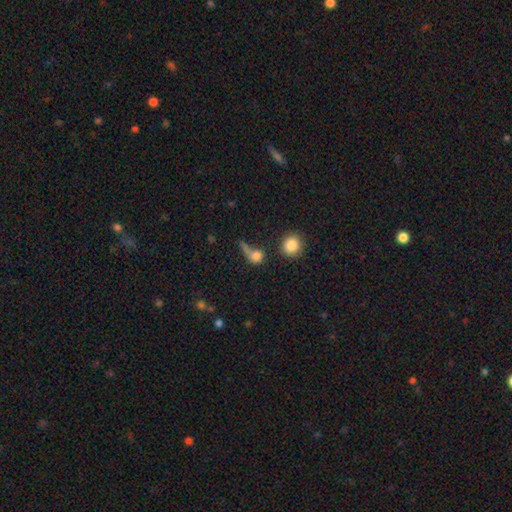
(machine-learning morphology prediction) smooth 74%, featured or disk 13%, star or artifact 13%. Down the decision tree: how rounded — round (70%); merging — none (37%).